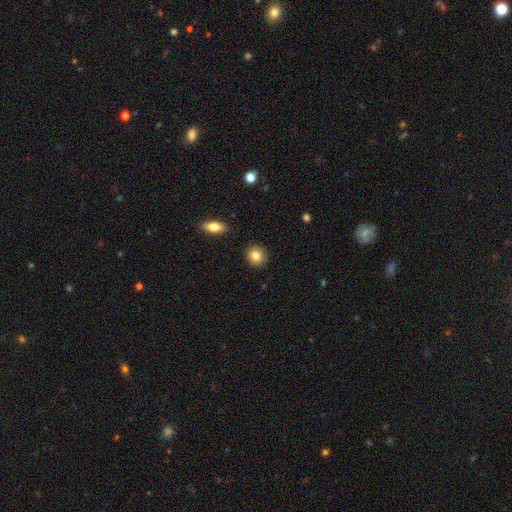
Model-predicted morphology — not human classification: This is clearly a smooth galaxy (83%). How rounded: clearly round (87%). Merging: clearly none (91%).